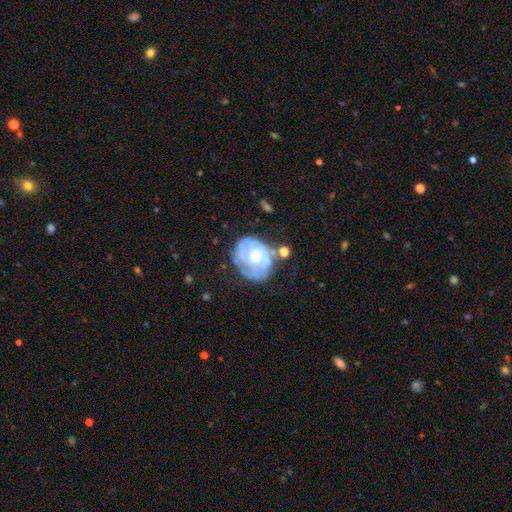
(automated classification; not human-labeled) Q: Smooth or featured?
A: featured or disk (73%); runner-up: smooth (21%)
Q: Edge-on disk?
A: no (98%); runner-up: yes (2%)
Q: Bar?
A: no (70%); runner-up: weak (25%)
Q: Spiral arms?
A: yes (66%); runner-up: no (34%)
Q: Bulge size?
A: moderate (63%); runner-up: small (21%)
Q: Merging?
A: none (50%); runner-up: minor disturbance (25%)